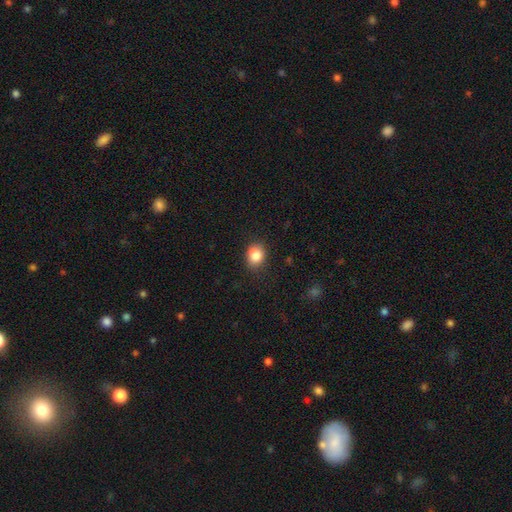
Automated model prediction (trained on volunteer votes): Smooth or featured?
  - smooth: 84% *
  - star or artifact: 10%
  - featured or disk: 6%
How rounded?
  - round: 58% *
  - in between: 41%
  - cigar-shaped: 1%
Merging?
  - none: 75% *
  - minor disturbance: 18%
  - major disturbance: 4%
  - merger: 3%